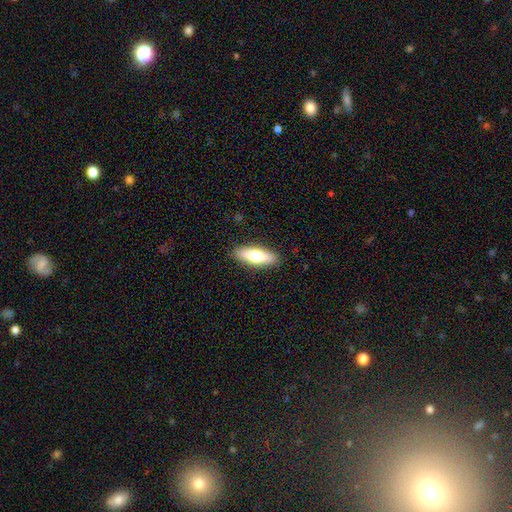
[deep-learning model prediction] smooth_or_featured: smooth (p=0.63) [alt: featured or disk p=0.31]
how_rounded: in between (p=0.53) [alt: cigar-shaped p=0.45]
merging: none (p=0.89) [alt: minor disturbance p=0.08]